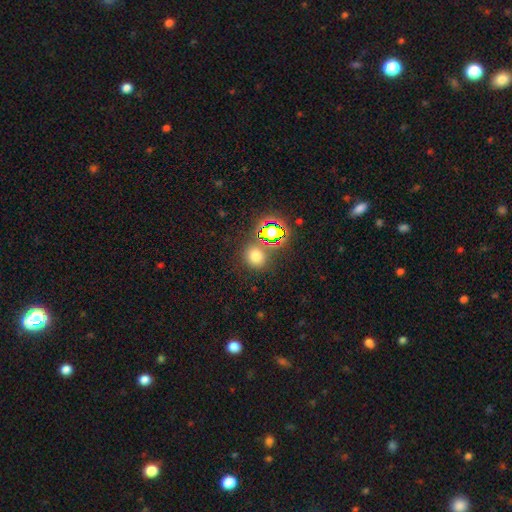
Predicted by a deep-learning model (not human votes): The model was most divided on "smooth or featured": smooth: 67%, star or artifact: 26%, featured or disk: 7%. More confident: how rounded — round (80%); merging — none (75%).